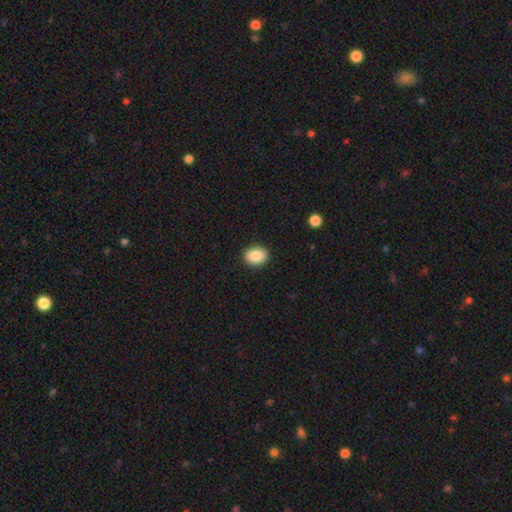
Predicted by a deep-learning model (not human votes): smooth_or_featured: smooth (p=0.88) [alt: star or artifact p=0.08]
how_rounded: in between (p=0.67) [alt: round p=0.32]
merging: none (p=0.90) [alt: minor disturbance p=0.07]